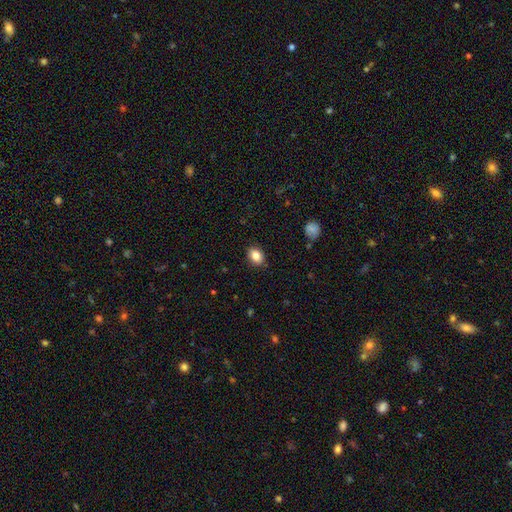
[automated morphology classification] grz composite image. It shows a smooth galaxy with no disk features (85%) that is in between round and cigar-shaped (67%). Merging: none (87%).